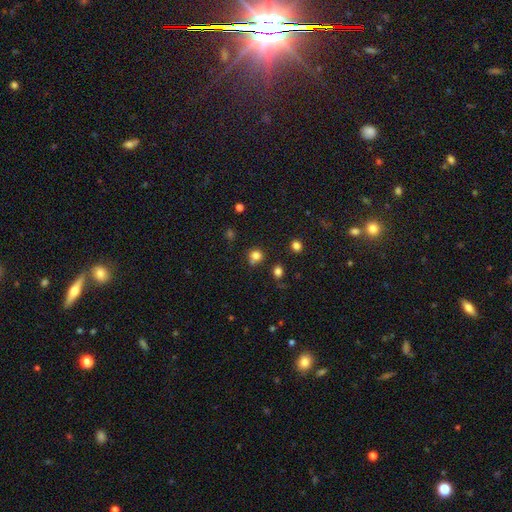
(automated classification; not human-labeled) Overall: smooth (78%). How rounded: round (84%). Merging: none (65%).